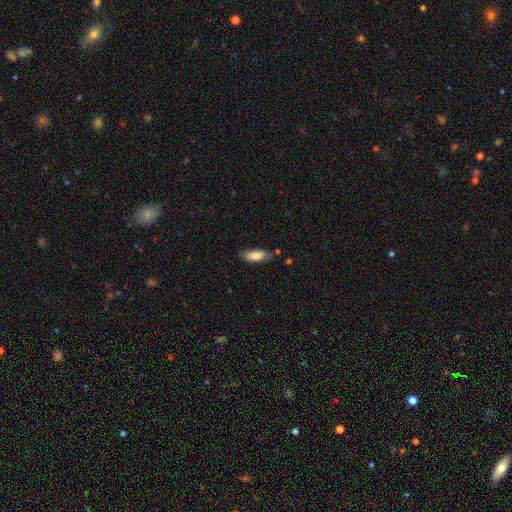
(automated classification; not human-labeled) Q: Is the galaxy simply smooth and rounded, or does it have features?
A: smooth — 81%.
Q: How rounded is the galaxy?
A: in between — 68%.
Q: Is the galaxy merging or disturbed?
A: none — 75%.